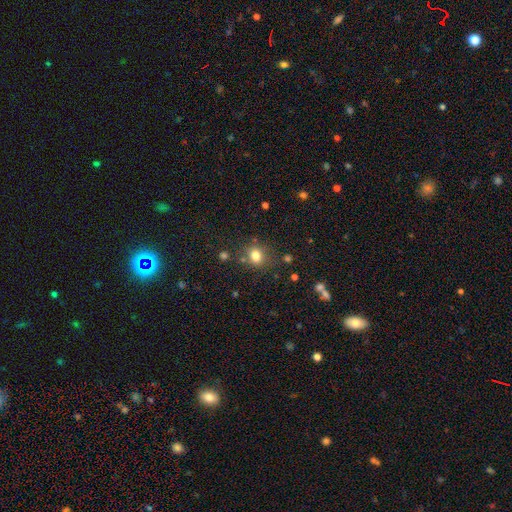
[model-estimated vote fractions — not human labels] smooth 79%, star or artifact 14%, featured or disk 7%. Down the decision tree: how rounded — round (68%); merging — none (75%).